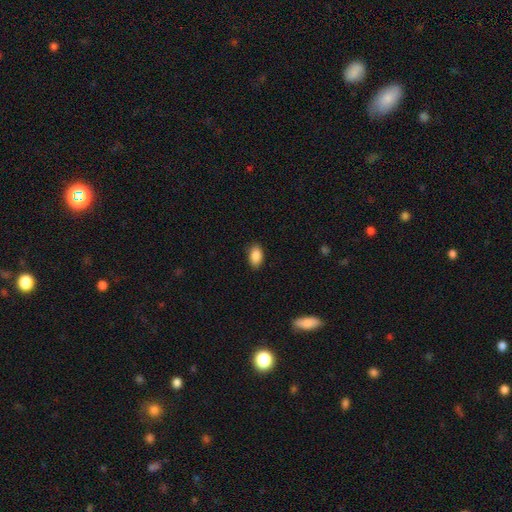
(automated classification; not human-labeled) Morphology: type=smooth (87%); roundness=in between (90%); merging=none (87%).